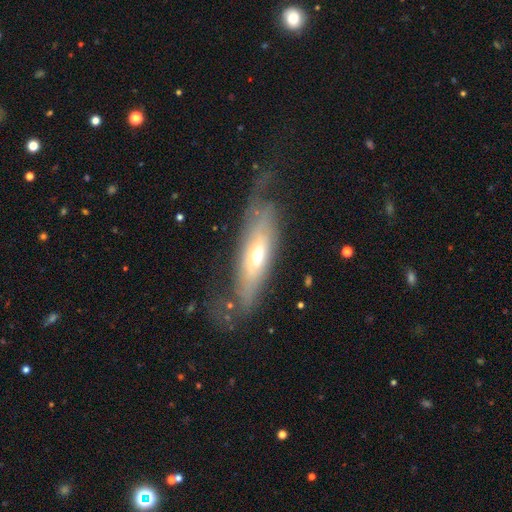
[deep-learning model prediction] A featured or disk galaxy (58%).

Vote fractions:
- Smooth or featured? featured or disk: 58% / smooth: 34% / star or artifact: 7%
- Edge-on disk? no: 58% / yes: 42%
- Merging? none: 48% / minor disturbance: 25% / major disturbance: 24% / merger: 3%